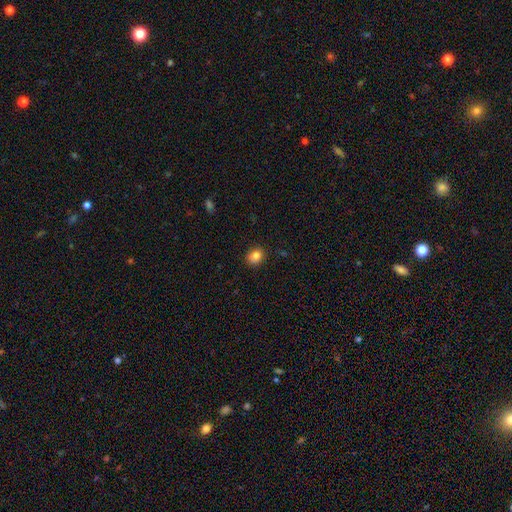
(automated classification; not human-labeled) Smooth or featured? smooth (84%)
How rounded? round (63%)
Merging? none (88%)